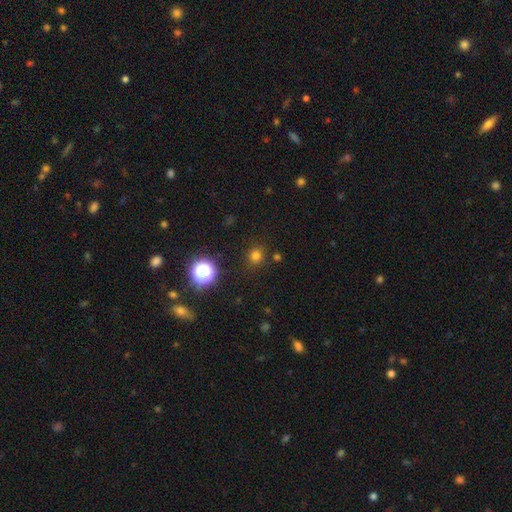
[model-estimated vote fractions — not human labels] smooth 74%, star or artifact 21%, featured or disk 5%. Down the decision tree: how rounded — round (90%); merging — none (88%).